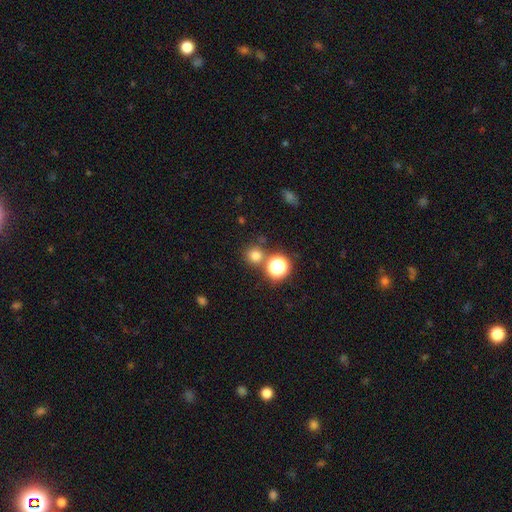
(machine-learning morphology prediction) type=smooth (73%); roundness=round (92%); merging=none (76%).